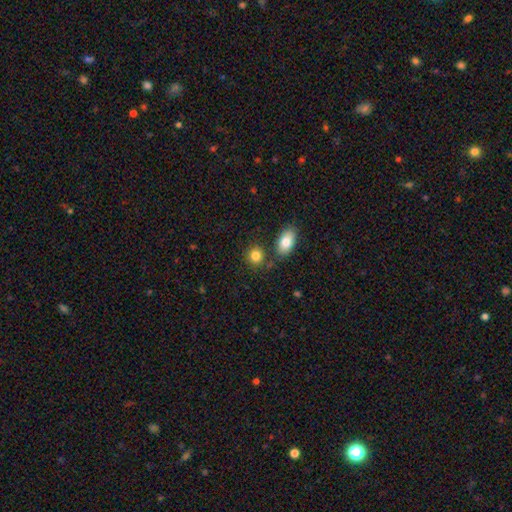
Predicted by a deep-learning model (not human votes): Smooth or featured?
  - smooth: 84% *
  - star or artifact: 9%
  - featured or disk: 7%
How rounded?
  - round: 70% *
  - in between: 28%
  - cigar-shaped: 2%
Merging?
  - none: 73% *
  - merger: 13%
  - minor disturbance: 10%
  - major disturbance: 3%